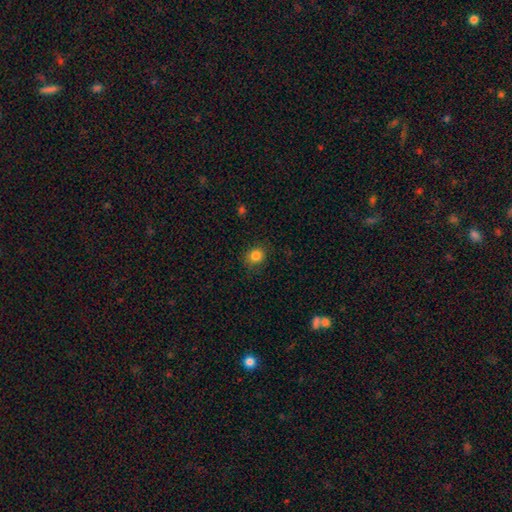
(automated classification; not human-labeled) Smooth or featured: smooth — 84% (star or artifact — 12%)
How rounded: round — 81% (in between — 18%)
Merging: none — 84% (minor disturbance — 11%)